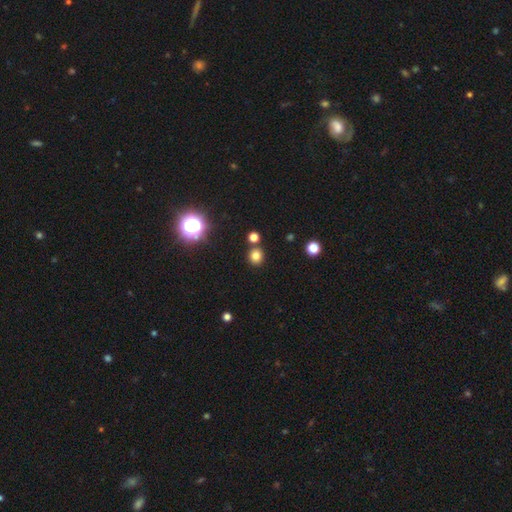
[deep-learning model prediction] Morphology: type=smooth (77%); roundness=round (86%); merging=none (80%).